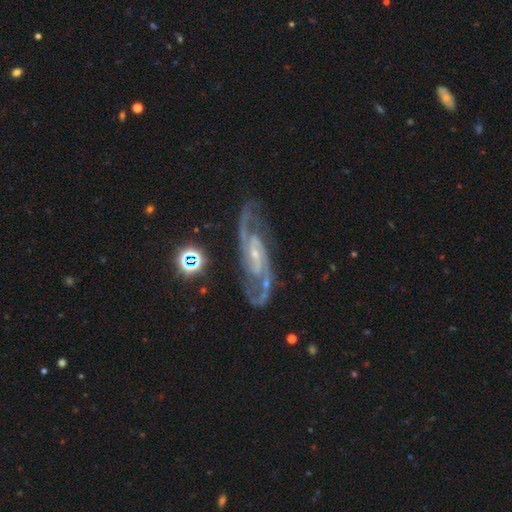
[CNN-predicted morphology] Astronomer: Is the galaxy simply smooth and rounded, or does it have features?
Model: featured or disk — 90%.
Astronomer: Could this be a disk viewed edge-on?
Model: no — 94%.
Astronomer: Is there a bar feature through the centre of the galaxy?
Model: weak — 42% (runner-up: no, 38%).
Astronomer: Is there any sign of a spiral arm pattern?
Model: yes — 98%.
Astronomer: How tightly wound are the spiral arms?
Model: medium — 57%.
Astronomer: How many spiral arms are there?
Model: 2 — 85%.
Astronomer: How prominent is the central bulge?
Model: small — 77%.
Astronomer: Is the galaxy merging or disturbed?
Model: none — 76%.